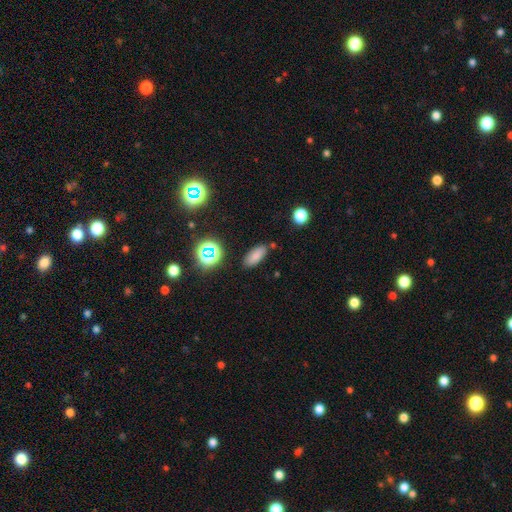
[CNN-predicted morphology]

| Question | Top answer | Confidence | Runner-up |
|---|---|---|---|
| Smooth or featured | smooth | 78% | star or artifact (14%) |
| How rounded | in between | 82% | cigar-shaped (14%) |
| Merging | none | 83% | minor disturbance (11%) |